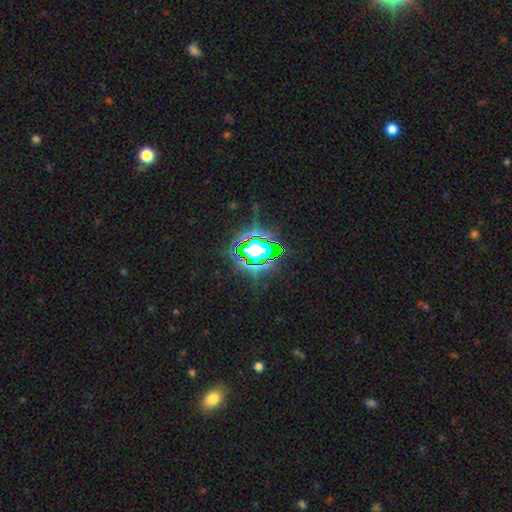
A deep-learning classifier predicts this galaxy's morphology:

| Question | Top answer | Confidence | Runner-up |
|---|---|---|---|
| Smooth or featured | star or artifact | 78% | smooth (13%) |